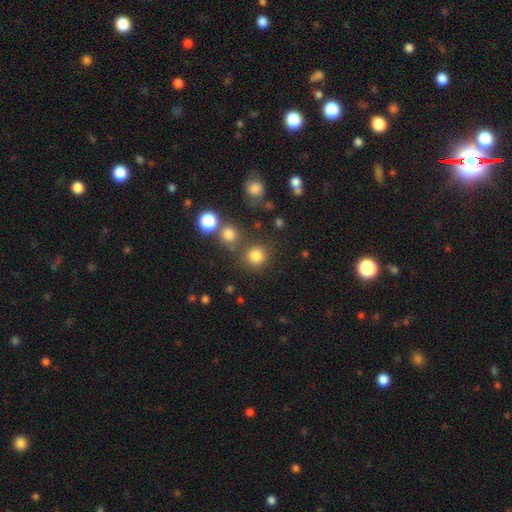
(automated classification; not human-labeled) smooth_or_featured: smooth (p=0.81) [alt: star or artifact p=0.14]
how_rounded: round (p=0.91) [alt: in between p=0.08]
merging: none (p=0.76) [alt: merger p=0.11]